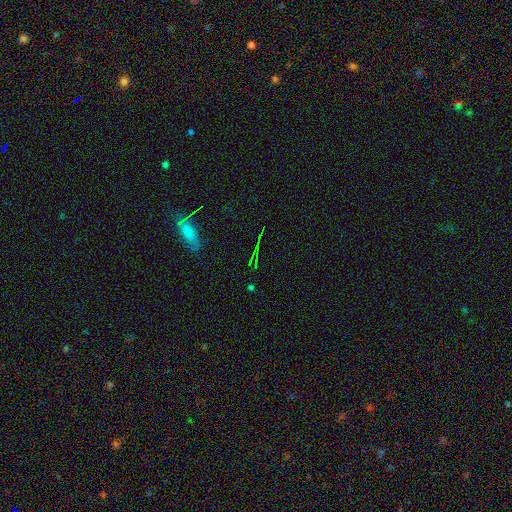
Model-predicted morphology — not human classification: type=star or artifact (65%).